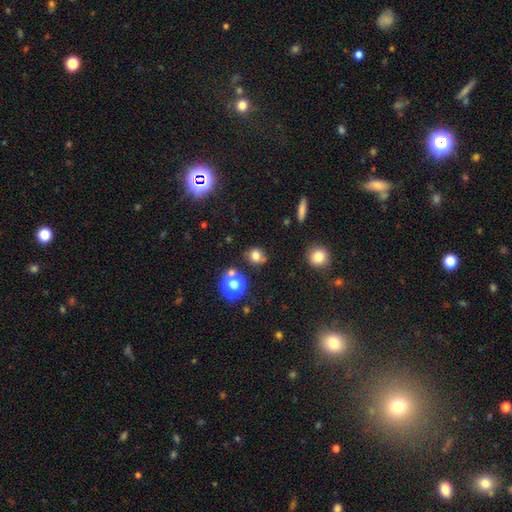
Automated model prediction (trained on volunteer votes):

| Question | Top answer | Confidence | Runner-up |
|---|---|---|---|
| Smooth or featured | smooth | 73% | star or artifact (18%) |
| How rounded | round | 76% | in between (23%) |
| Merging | none | 70% | minor disturbance (16%) |